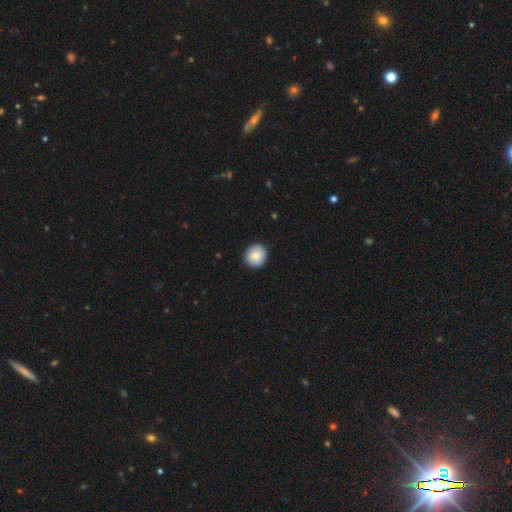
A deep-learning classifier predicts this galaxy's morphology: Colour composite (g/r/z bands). It shows a smooth galaxy with no disk features (82%) that is round (91%). Merging: none (90%).